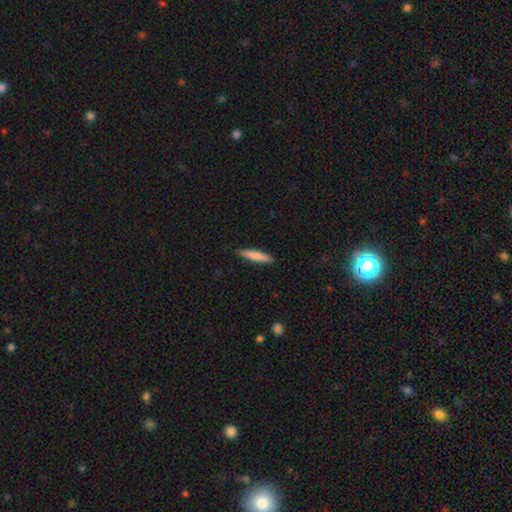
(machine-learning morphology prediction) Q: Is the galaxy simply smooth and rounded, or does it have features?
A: smooth — 80%.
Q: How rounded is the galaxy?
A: cigar-shaped — 87%.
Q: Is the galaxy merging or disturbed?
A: none — 88%.